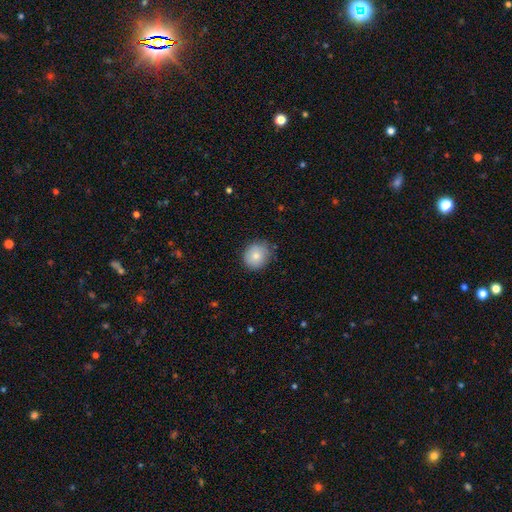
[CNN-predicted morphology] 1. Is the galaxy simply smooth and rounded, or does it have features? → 83% smooth, 9% featured or disk, 8% star or artifact.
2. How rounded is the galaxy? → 79% round, 20% in between, 1% cigar-shaped.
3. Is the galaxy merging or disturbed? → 78% none, 17% minor disturbance, 3% major disturbance, 1% merger.